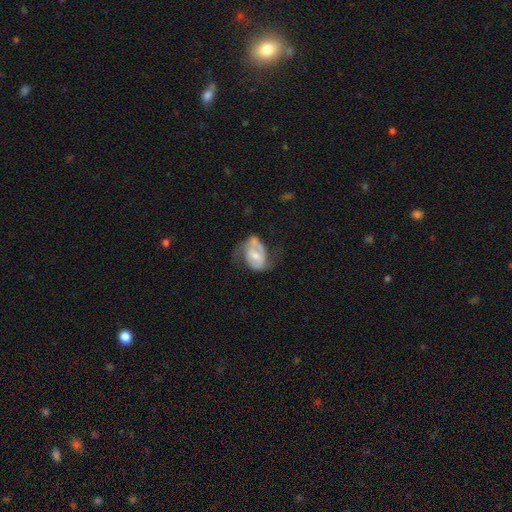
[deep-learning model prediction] Smooth or featured: featured or disk — 62% (smooth — 32%)
Edge-on disk: no — 96% (yes — 4%)
Bar: no — 52% (weak — 34%)
Spiral arms: yes — 70% (no — 30%)
Bulge size: moderate — 53% (small — 38%)
Merging: none — 36% (major disturbance — 30%)